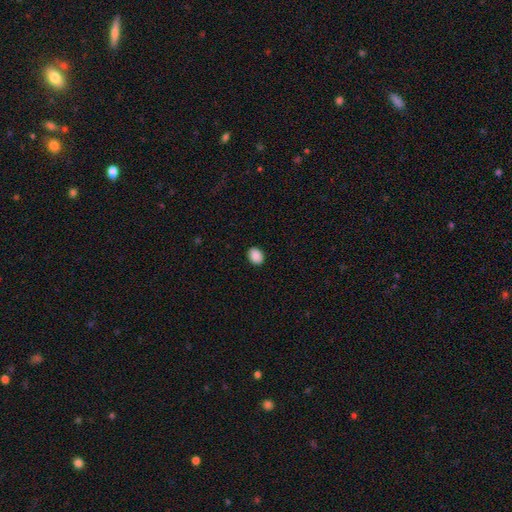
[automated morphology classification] This is clearly a smooth galaxy (89%). How rounded: possibly in between (58%). Merging: clearly none (90%).